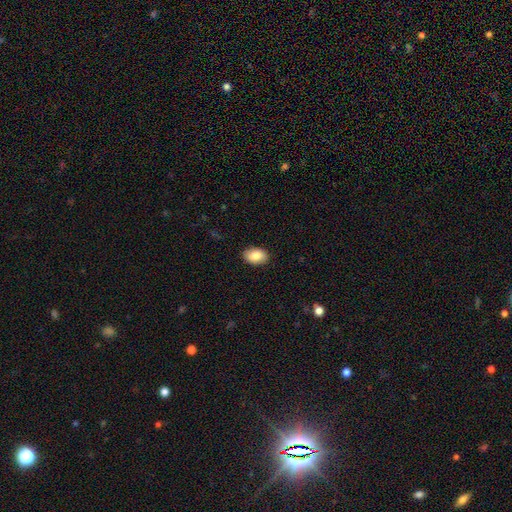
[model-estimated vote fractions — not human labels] Overall: smooth (87%). How rounded: in between (89%). Merging: none (89%).